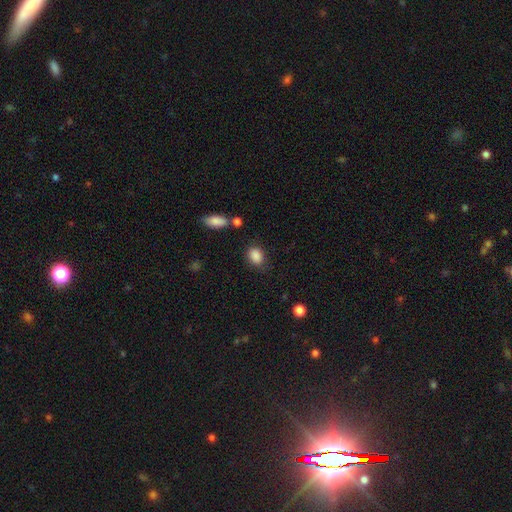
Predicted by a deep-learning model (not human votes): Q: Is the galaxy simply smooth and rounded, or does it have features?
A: smooth — 88%.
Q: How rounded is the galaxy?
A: in between — 67%.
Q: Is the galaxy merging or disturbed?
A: none — 75%.